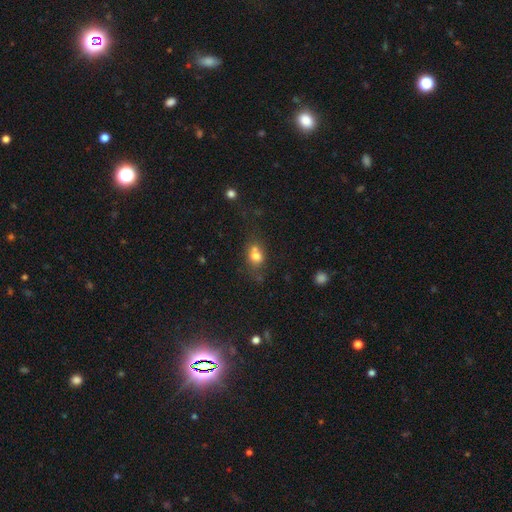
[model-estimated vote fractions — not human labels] Smooth or featured: smooth — 73% (featured or disk — 15%)
How rounded: round — 54% (in between — 44%)
Merging: none — 42% (merger — 39%)